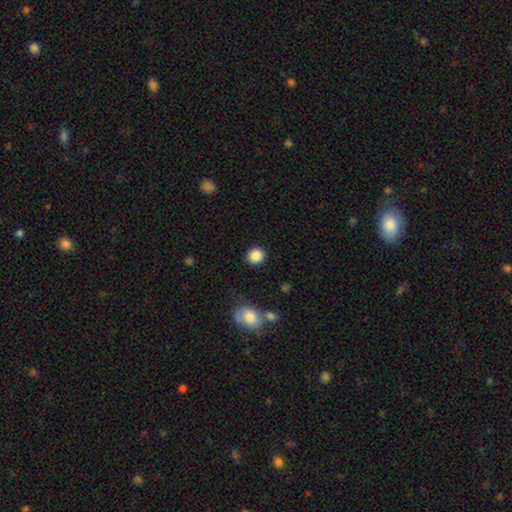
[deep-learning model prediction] smooth_or_featured: smooth (p=0.87) [alt: star or artifact p=0.09]
how_rounded: round (p=0.89) [alt: in between p=0.10]
merging: none (p=0.90) [alt: minor disturbance p=0.06]